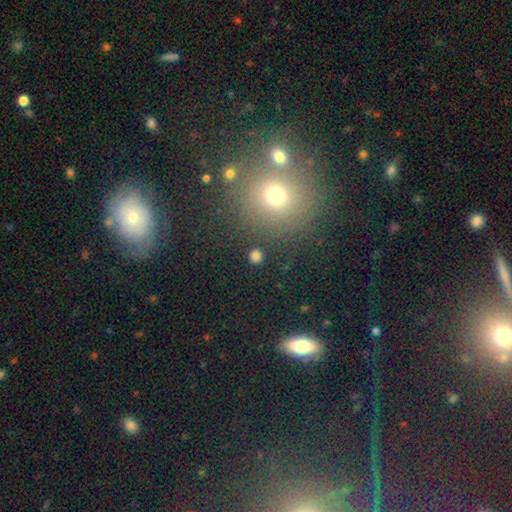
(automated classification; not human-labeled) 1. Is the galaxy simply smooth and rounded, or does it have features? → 80% smooth, 16% star or artifact, 4% featured or disk.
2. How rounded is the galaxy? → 91% round, 8% in between, 1% cigar-shaped.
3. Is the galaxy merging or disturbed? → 89% none, 5% minor disturbance, 3% merger, 3% major disturbance.